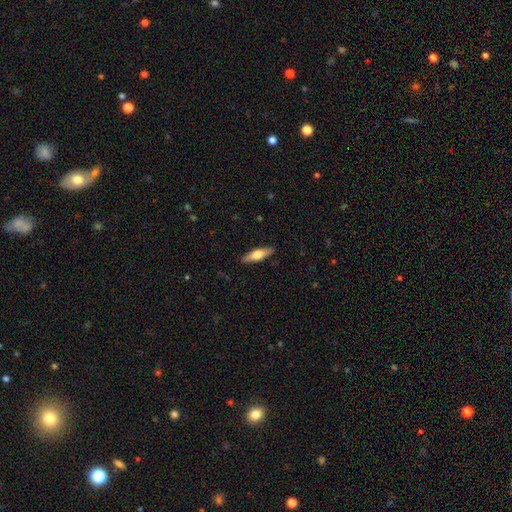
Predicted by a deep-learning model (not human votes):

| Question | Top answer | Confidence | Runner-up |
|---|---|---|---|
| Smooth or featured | smooth | 55% | featured or disk (40%) |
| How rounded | cigar-shaped | 61% | in between (37%) |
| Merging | none | 89% | minor disturbance (8%) |